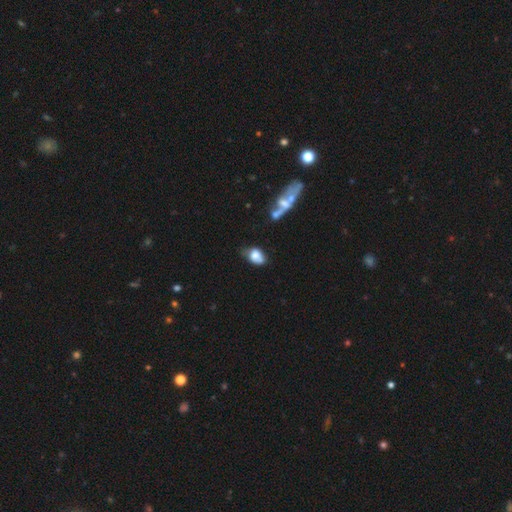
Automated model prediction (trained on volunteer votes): Smooth or featured?
  - smooth: 69% *
  - featured or disk: 22%
  - star or artifact: 9%
How rounded?
  - in between: 83% *
  - round: 15%
  - cigar-shaped: 2%
Merging?
  - none: 38% *
  - minor disturbance: 32%
  - merger: 15%
  - major disturbance: 15%